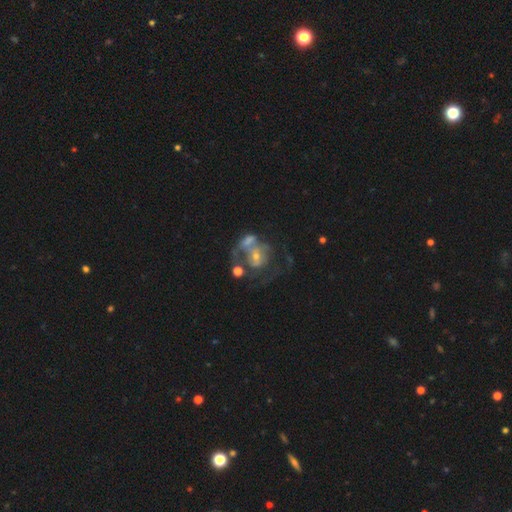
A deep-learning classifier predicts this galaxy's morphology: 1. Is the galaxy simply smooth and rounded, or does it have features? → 67% featured or disk, 22% smooth, 11% star or artifact.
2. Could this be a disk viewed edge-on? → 97% no, 3% yes.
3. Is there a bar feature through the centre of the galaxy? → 71% no, 22% weak, 7% strong.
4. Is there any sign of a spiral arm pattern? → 51% no, 49% yes.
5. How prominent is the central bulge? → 51% small, 36% moderate, 8% none, 4% large, 2% dominant.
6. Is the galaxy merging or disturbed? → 43% merger, 26% major disturbance, 20% none, 11% minor disturbance.